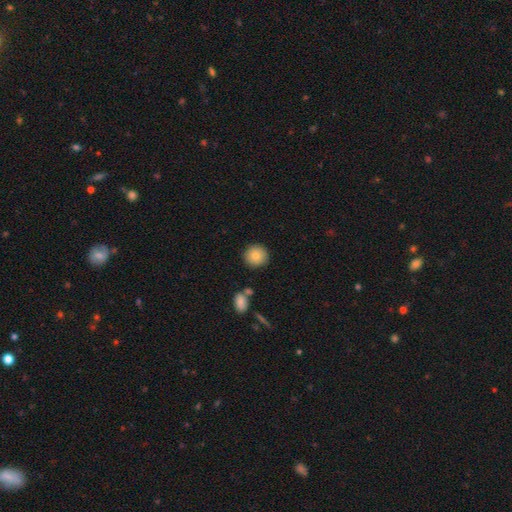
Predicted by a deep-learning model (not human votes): Smooth or featured?
  - smooth: 83% *
  - star or artifact: 9%
  - featured or disk: 8%
How rounded?
  - round: 92% *
  - in between: 7%
  - cigar-shaped: 1%
Merging?
  - none: 88% *
  - minor disturbance: 7%
  - merger: 3%
  - major disturbance: 2%